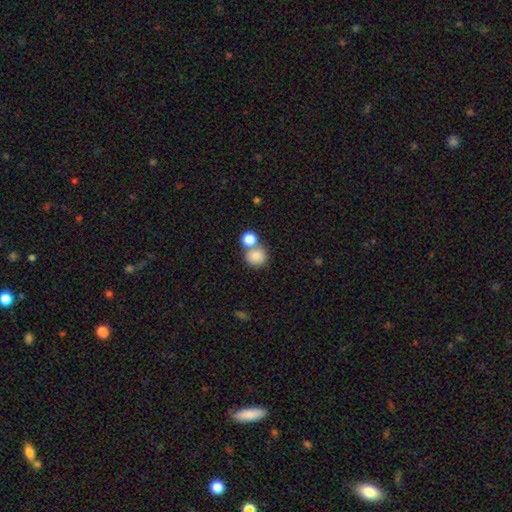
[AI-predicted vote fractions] smooth 83%, star or artifact 10%, featured or disk 8%. Down the decision tree: how rounded — round (84%); merging — none (47%).